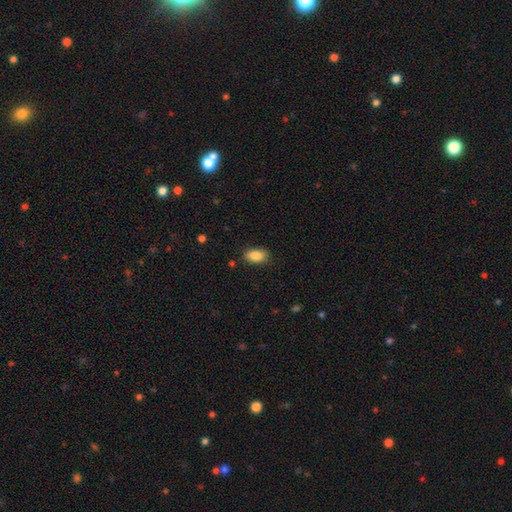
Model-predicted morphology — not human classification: Overall: smooth (87%). How rounded: in between (91%). Merging: none (84%).